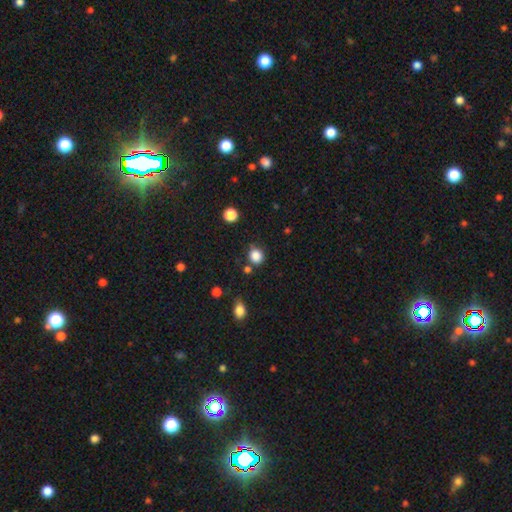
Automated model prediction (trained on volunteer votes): Morphology: type=smooth (85%); roundness=round (83%); merging=none (77%).